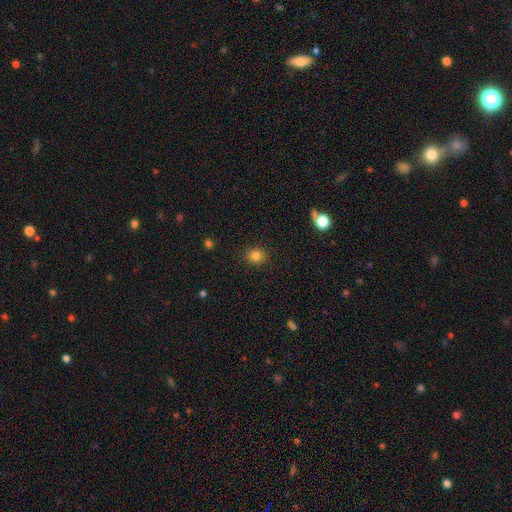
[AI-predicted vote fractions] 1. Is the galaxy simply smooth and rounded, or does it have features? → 83% smooth, 12% star or artifact, 5% featured or disk.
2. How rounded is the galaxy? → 81% round, 18% in between, 1% cigar-shaped.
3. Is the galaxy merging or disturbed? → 90% none, 7% minor disturbance, 2% major disturbance, 1% merger.